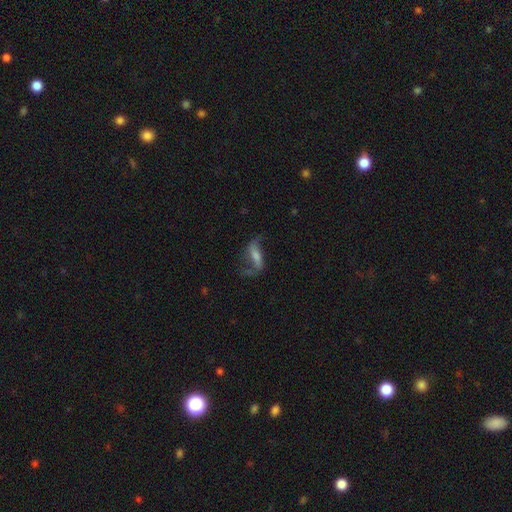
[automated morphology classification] A featured or disk galaxy (65%) with a strong bar (40%), spiral arms (87%) and a small central bulge (30%). Merging: none (55%).